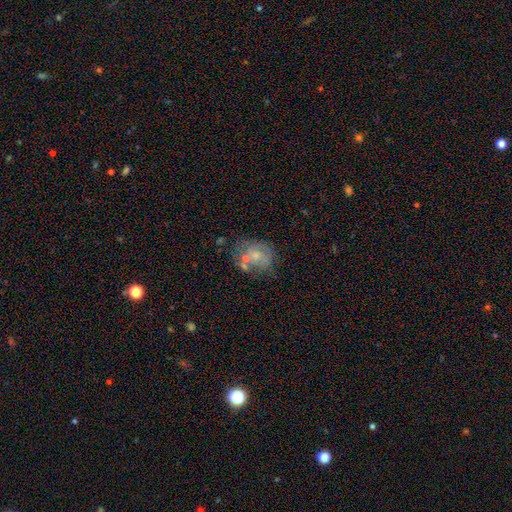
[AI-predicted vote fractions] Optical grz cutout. It shows a featured or disk galaxy (50%). Merging: none (52%).